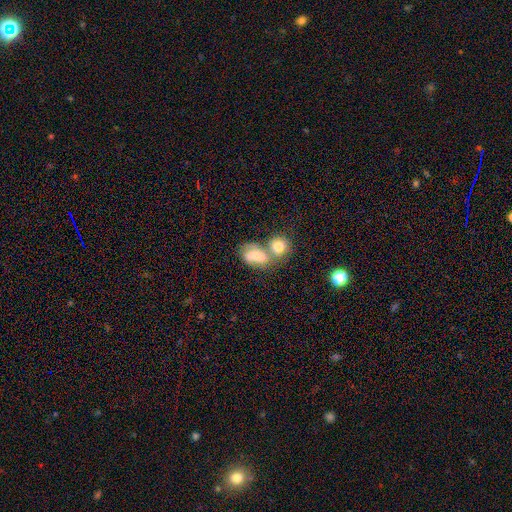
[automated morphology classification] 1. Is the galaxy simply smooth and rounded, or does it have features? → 63% smooth, 27% featured or disk, 9% star or artifact.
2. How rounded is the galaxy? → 74% in between, 24% round, 2% cigar-shaped.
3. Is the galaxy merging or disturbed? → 58% merger, 23% none, 12% minor disturbance, 8% major disturbance.